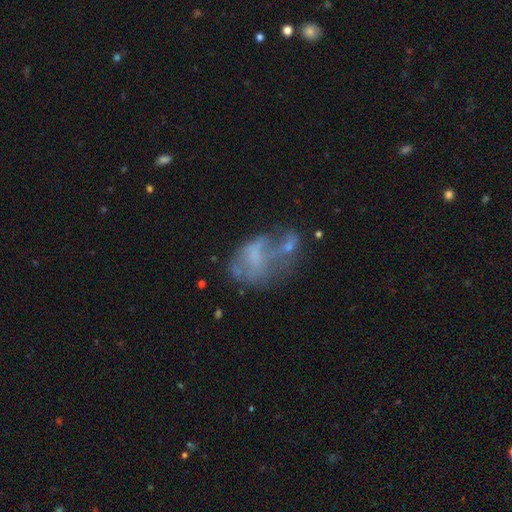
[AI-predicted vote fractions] A featured or disk galaxy (50%). Merging: merger (30%, tied with major disturbance).